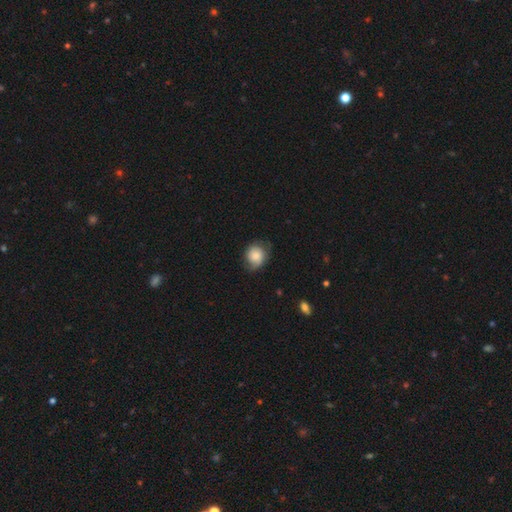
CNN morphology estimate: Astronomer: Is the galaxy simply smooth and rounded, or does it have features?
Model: smooth — 66%.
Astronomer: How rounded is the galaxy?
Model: round — 67%.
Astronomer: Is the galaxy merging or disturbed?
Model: none — 62%.